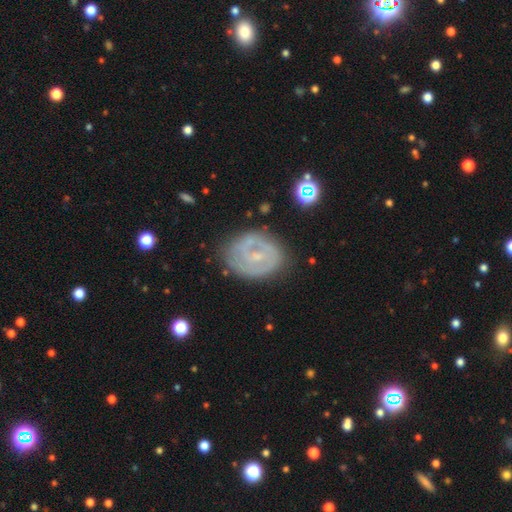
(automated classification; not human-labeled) Smooth or featured? Predicted: featured or disk (p=0.74). Edge-on disk? Predicted: no (p=0.97). Bar? Predicted: no (p=0.43). Spiral arms? Predicted: yes (p=0.74). Spiral winding? Predicted: tight (p=0.55). Spiral arm count? Predicted: 2 (p=0.58). Bulge size? Predicted: small (p=0.72). Merging? Predicted: none (p=0.75).